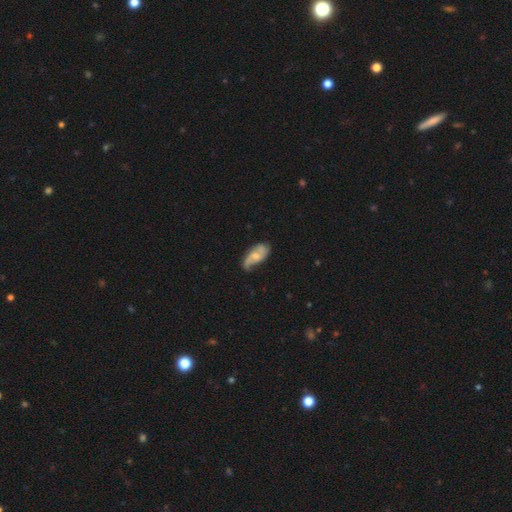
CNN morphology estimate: smooth-or-featured: featured or disk: 61% | smooth: 33% | star or artifact: 6%
  disk-edge-on: no: 93% | yes: 7%
    bar: no: 61% | weak: 33% | strong: 6%
    has-spiral-arms: yes: 88% | no: 12%
      spiral-winding: loose: 48% | medium: 36% | tight: 16%
      spiral-arm-count: 2: 75% | can't tell: 11% | 1: 9% | 3: 3% | 4: 1% | more than 4: 1%
    bulge-size: small: 45% | moderate: 42% | none: 8% | large: 3% | dominant: 1%
  merging: none: 53% | minor disturbance: 31% | major disturbance: 13% | merger: 3%